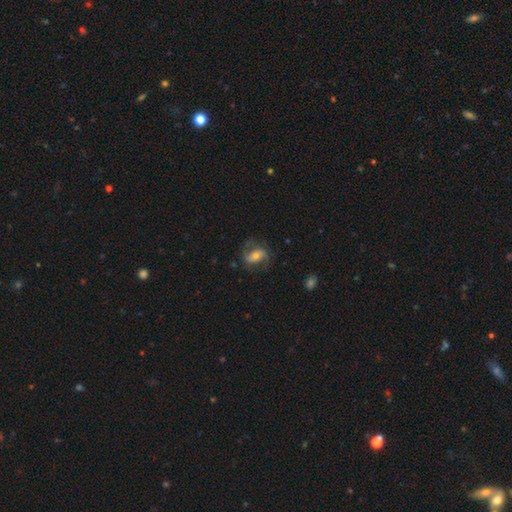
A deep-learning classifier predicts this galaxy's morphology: type=featured or disk (70%); edge-on=no (96%); bar=weak (36%); spiral arms=yes (90%); winding=medium (49%); arm count=2 (87%); bulge=moderate (51%); merging=none (71%).